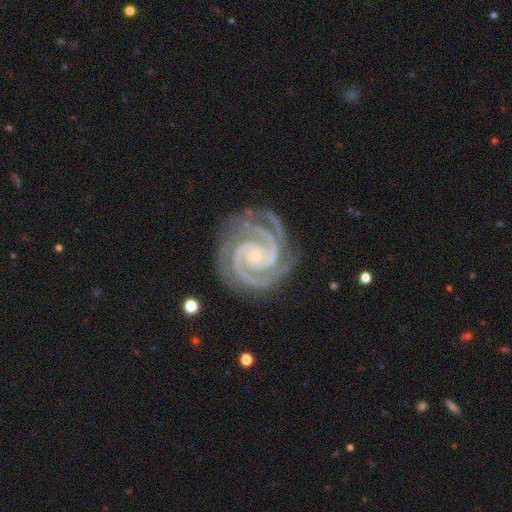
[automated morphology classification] smooth_or_featured: featured or disk (p=0.94) [alt: star or artifact p=0.04]
disk_edge_on: no (p=0.98) [alt: yes p=0.02]
bar: no (p=0.69) [alt: weak p=0.18]
has_spiral_arms: yes (p=0.99) [alt: no p=0.01]
spiral_winding: tight (p=0.79) [alt: medium p=0.19]
spiral_arm_count: 2 (p=0.60) [alt: 3 p=0.24]
bulge_size: small (p=0.87) [alt: moderate p=0.09]
merging: none (p=0.79) [alt: minor disturbance p=0.15]